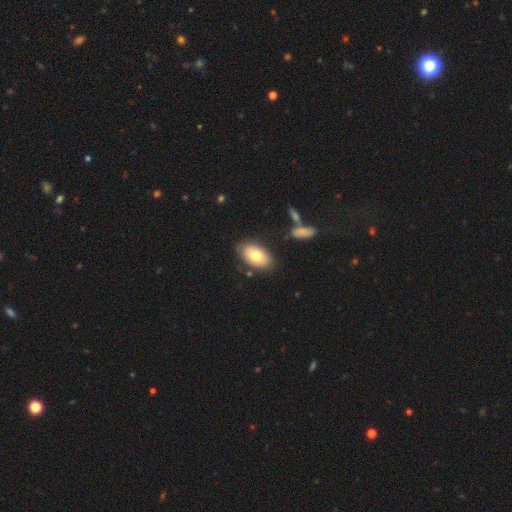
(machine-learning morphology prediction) This appears to be a smooth galaxy with no disk features (75%) that is in between round and cigar-shaped (92%). Merging: none (81%).